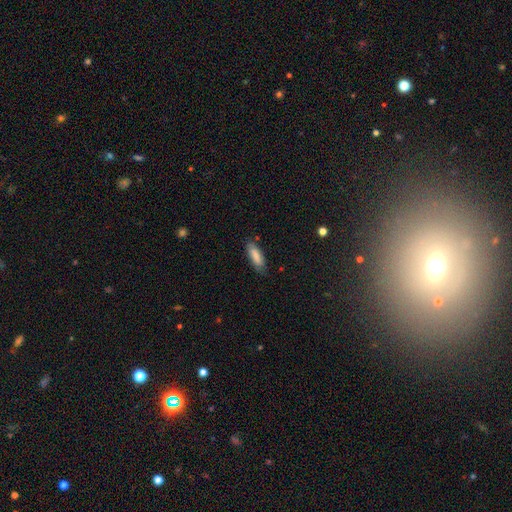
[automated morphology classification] Smooth or featured? Predicted: smooth (p=0.82). How rounded? Predicted: in between (p=0.58). Merging? Predicted: none (p=0.78).